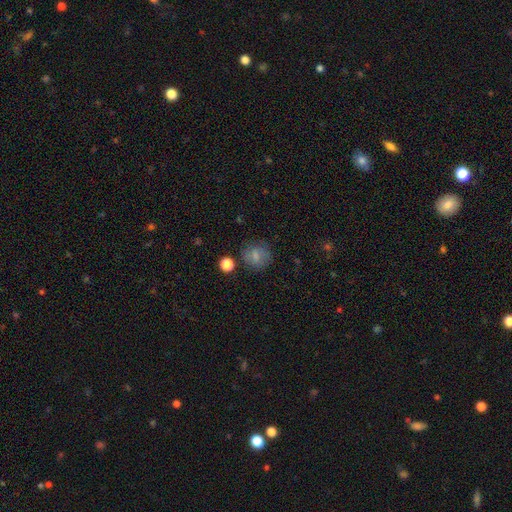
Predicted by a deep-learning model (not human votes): Smooth or featured? smooth (76%)
How rounded? round (79%)
Merging? none (75%)